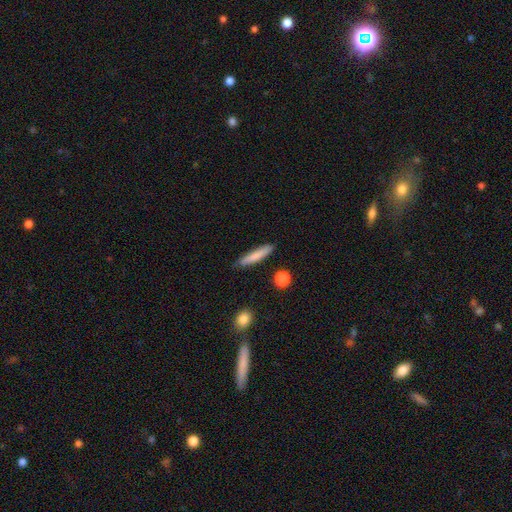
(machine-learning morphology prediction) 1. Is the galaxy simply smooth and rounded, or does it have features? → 80% smooth, 14% featured or disk, 6% star or artifact.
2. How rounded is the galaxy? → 90% cigar-shaped, 8% in between, 2% round.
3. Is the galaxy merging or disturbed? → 87% none, 9% minor disturbance, 2% major disturbance, 2% merger.